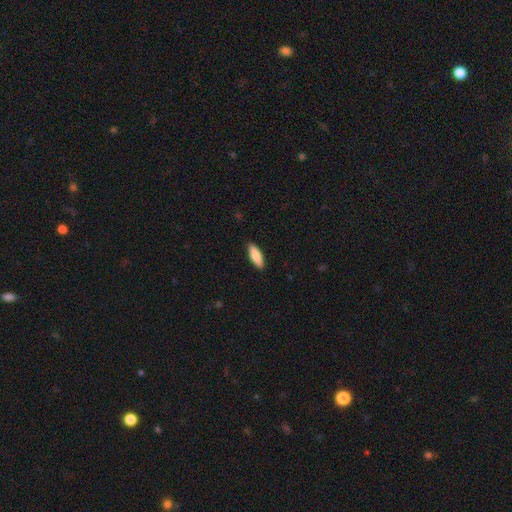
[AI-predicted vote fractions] smooth 84%, featured or disk 11%, star or artifact 6%. Down the decision tree: how rounded — in between (58%); merging — none (89%).